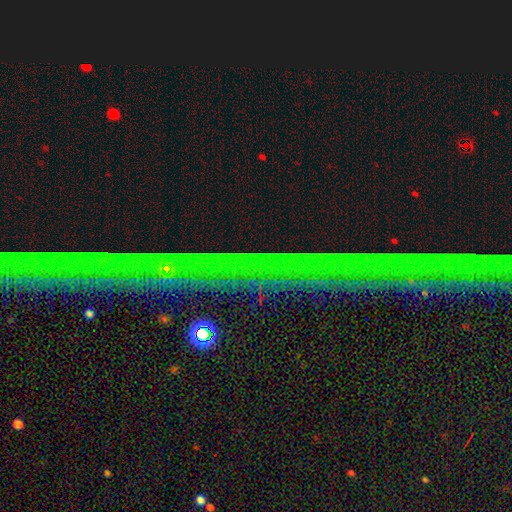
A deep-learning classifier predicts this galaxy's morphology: Smooth or featured? star or artifact (85%)